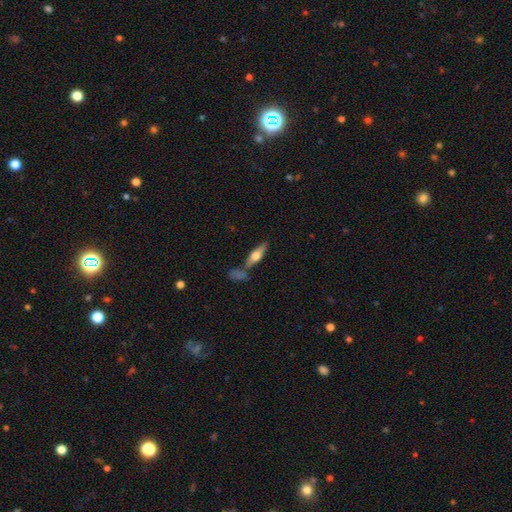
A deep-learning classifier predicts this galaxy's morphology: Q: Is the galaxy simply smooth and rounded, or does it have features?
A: featured or disk — 48%.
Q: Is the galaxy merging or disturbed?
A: none — 66%.